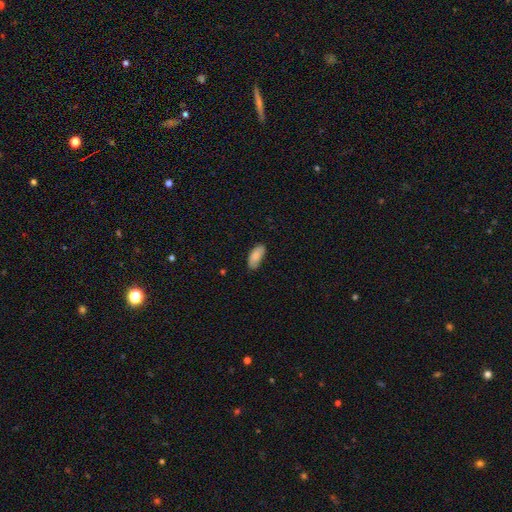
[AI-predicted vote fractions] Morphology: type=smooth (84%); roundness=in between (89%); merging=none (75%).